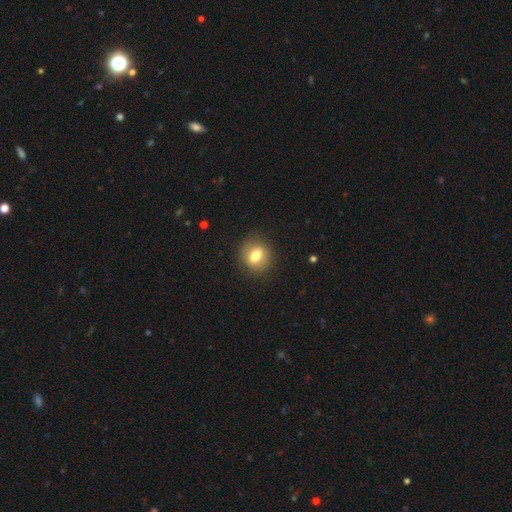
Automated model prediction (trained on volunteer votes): Smooth or featured? smooth (73%)
How rounded? round (70%)
Merging? none (85%)